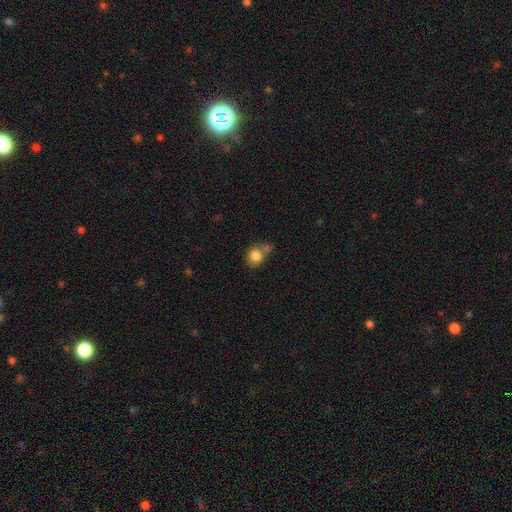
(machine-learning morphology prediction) The model was most divided on "merging": none: 48%, merger: 29%, minor disturbance: 17%, major disturbance: 7%. More confident: smooth or featured — smooth (83%); how rounded — round (71%).